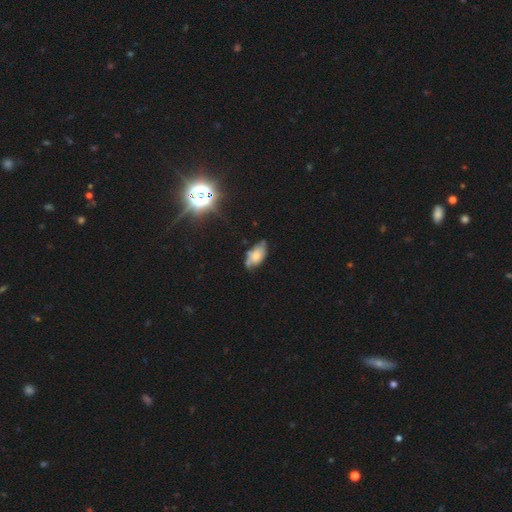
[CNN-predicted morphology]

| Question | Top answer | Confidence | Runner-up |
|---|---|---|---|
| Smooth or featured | smooth | 59% | featured or disk (29%) |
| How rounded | in between | 92% | cigar-shaped (5%) |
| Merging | none | 52% | minor disturbance (34%) |